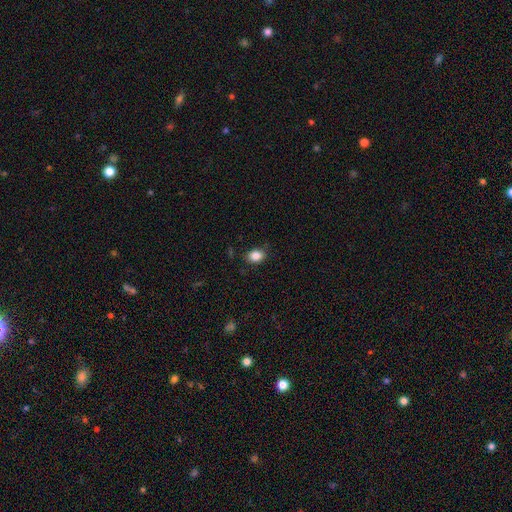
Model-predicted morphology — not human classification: smooth 86%, star or artifact 9%, featured or disk 5%. Down the decision tree: how rounded — in between (67%); merging — none (83%).